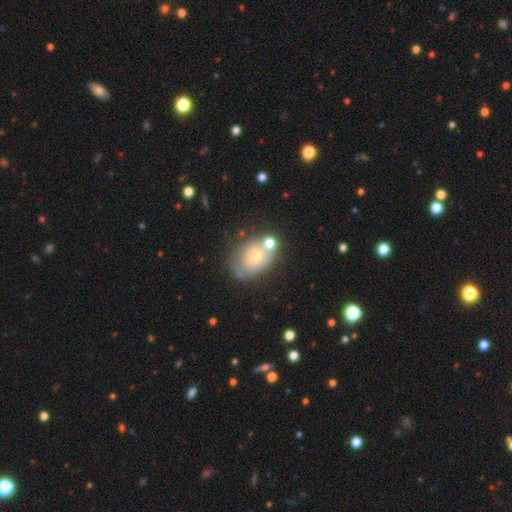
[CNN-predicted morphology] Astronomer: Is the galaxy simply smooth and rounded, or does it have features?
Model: smooth — 45% (runner-up: featured or disk, 44%).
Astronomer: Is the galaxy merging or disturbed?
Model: none — 50%.